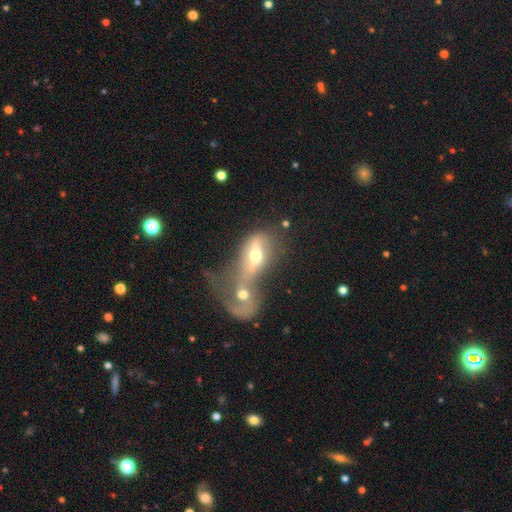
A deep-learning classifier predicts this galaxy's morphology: Q: Smooth or featured?
A: featured or disk (51%); runner-up: smooth (40%)
Q: Edge-on disk?
A: no (84%); runner-up: yes (16%)
Q: Merging?
A: merger (77%); runner-up: major disturbance (10%)